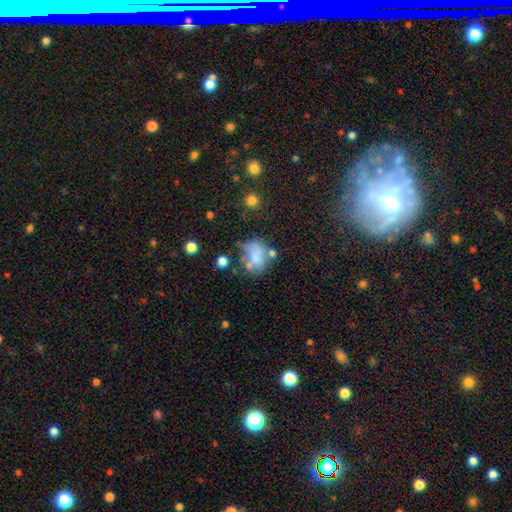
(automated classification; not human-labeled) smooth-or-featured: smooth: 66% | featured or disk: 21% | star or artifact: 13%
  how-rounded: in between: 64% | round: 34% | cigar-shaped: 1%
  merging: none: 35% | minor disturbance: 24% | merger: 22% | major disturbance: 20%